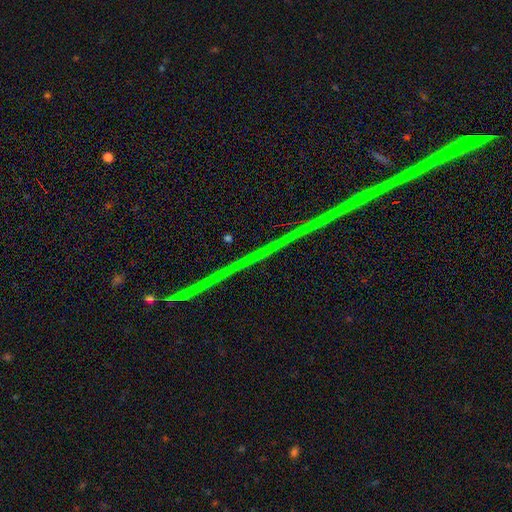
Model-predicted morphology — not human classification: This is clearly a star or artifact rather than a galaxy (89%).